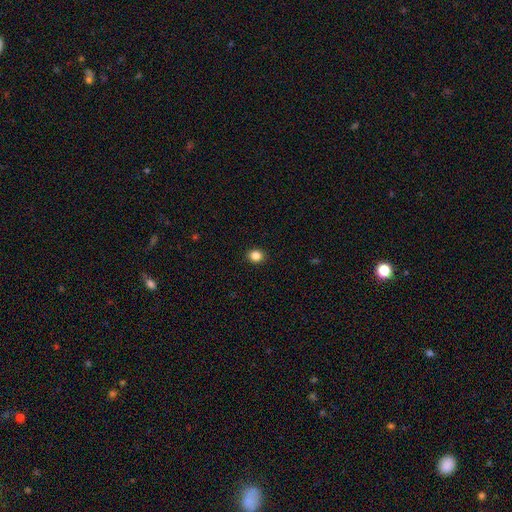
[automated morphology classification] Q: Smooth or featured?
A: smooth (86%); runner-up: star or artifact (11%)
Q: How rounded?
A: round (68%); runner-up: in between (31%)
Q: Merging?
A: none (92%); runner-up: minor disturbance (6%)